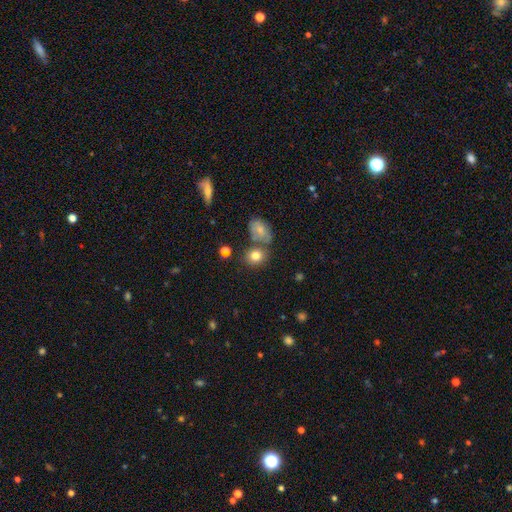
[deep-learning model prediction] The model was most divided on "how rounded": round: 64%, in between: 35%, cigar-shaped: 1%. More confident: smooth or featured — smooth (80%); merging — none (63%).